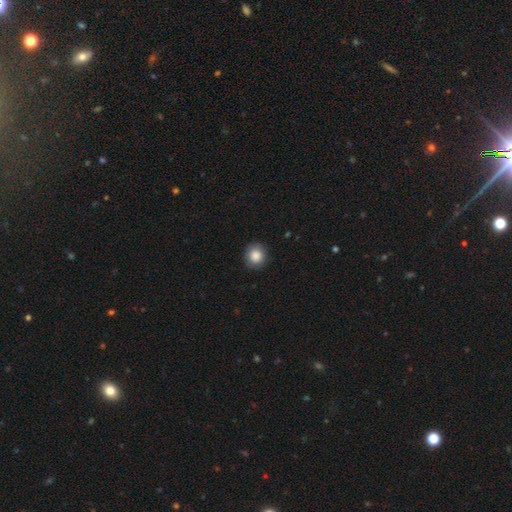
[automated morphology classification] Smooth or featured: smooth — 87% (star or artifact — 8%)
How rounded: round — 88% (in between — 11%)
Merging: none — 88% (minor disturbance — 9%)